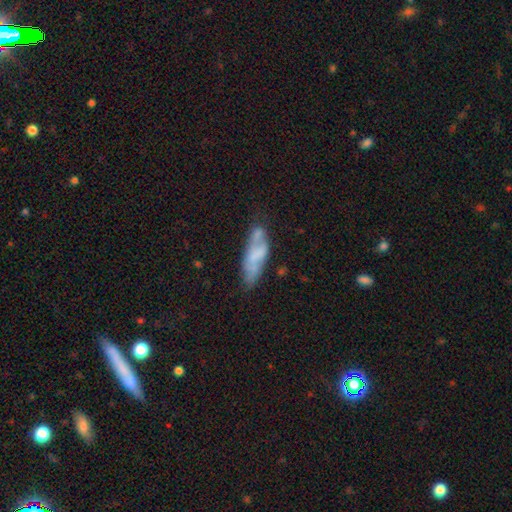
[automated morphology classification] smooth_or_featured: smooth (p=0.51) [alt: featured or disk p=0.41]
how_rounded: in between (p=0.60) [alt: cigar-shaped p=0.37]
merging: none (p=0.45) [alt: minor disturbance p=0.28]